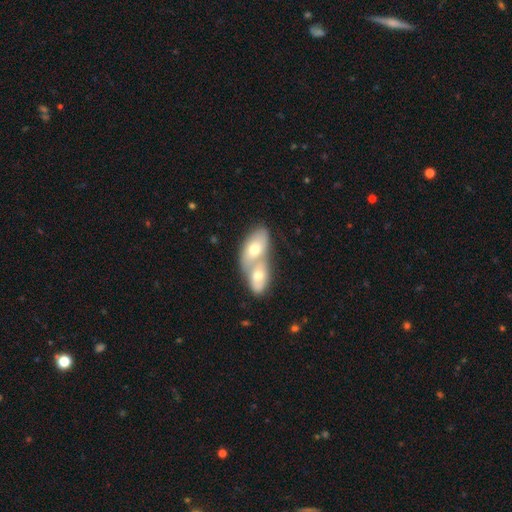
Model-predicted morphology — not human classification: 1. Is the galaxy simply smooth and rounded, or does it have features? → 47% smooth, 44% featured or disk, 9% star or artifact.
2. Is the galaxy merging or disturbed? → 80% merger, 13% none, 4% minor disturbance, 3% major disturbance.